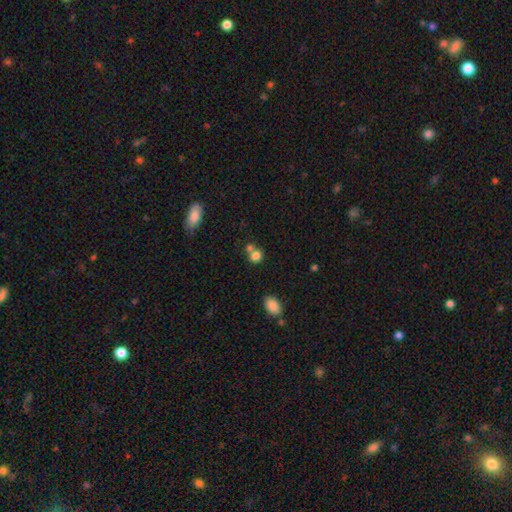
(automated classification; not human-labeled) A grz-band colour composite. It shows a smooth galaxy with no disk features (79%) that is round (68%). Merging: none (46%).